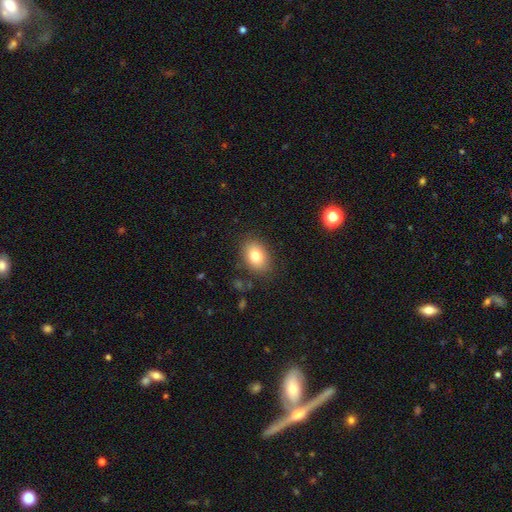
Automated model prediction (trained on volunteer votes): A smooth galaxy with no disk features (79%) that is in between round and cigar-shaped (75%).

Vote fractions:
- Smooth or featured? smooth: 79% / featured or disk: 11% / star or artifact: 9%
- How rounded? in between: 75% / round: 24% / cigar-shaped: 1%
- Merging? none: 85% / minor disturbance: 10% / major disturbance: 3% / merger: 1%